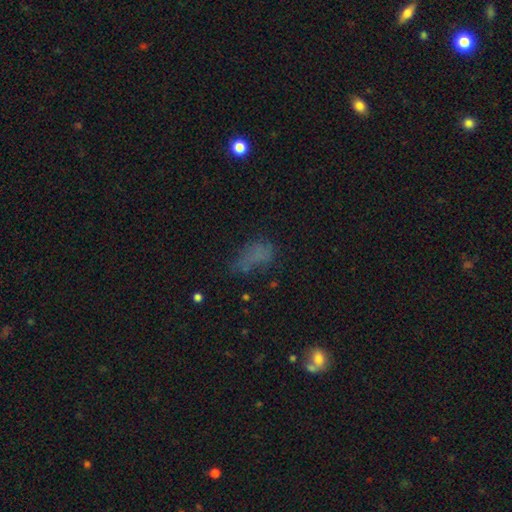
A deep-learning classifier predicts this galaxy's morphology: A smooth galaxy with no disk features (57%) that is in between round and cigar-shaped (78%).

Vote fractions:
- Smooth or featured? smooth: 57% / star or artifact: 23% / featured or disk: 20%
- How rounded? in between: 78% / cigar-shaped: 13% / round: 10%
- Merging? none: 42% / major disturbance: 27% / minor disturbance: 25% / merger: 6%